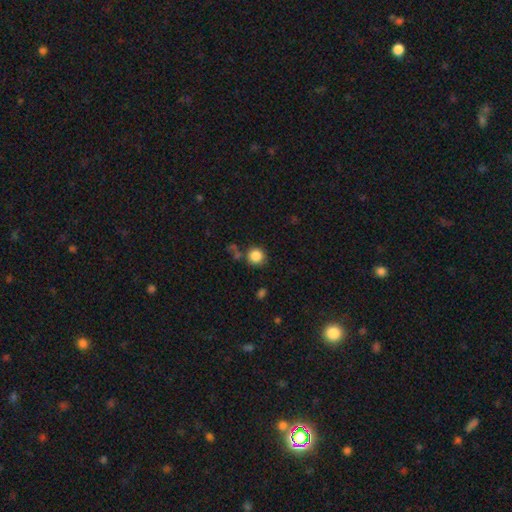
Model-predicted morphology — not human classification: smooth 86%, star or artifact 10%, featured or disk 4%. Down the decision tree: how rounded — round (93%); merging — none (77%).